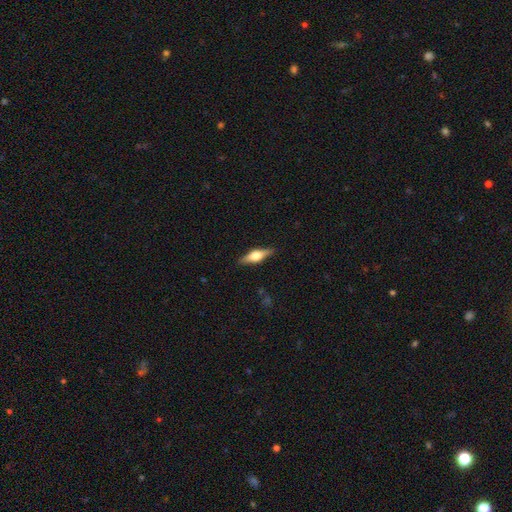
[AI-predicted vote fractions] This is likely a featured or disk galaxy (61%). It is clearly viewed edge-on (95%). Edge-on bulge: clearly rounded (94%). Merging: clearly none (88%).